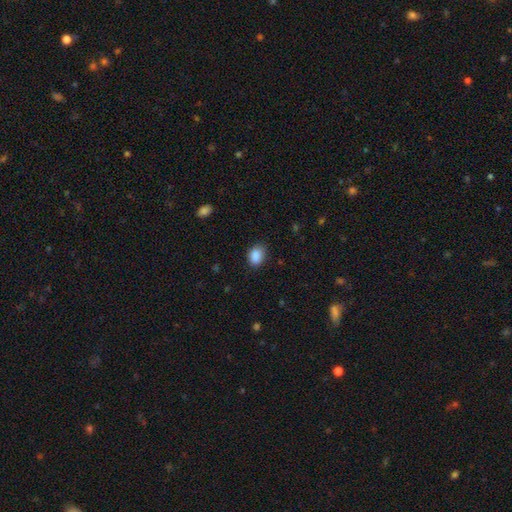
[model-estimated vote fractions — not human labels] Morphology: type=smooth (89%); roundness=in between (73%); merging=none (78%).